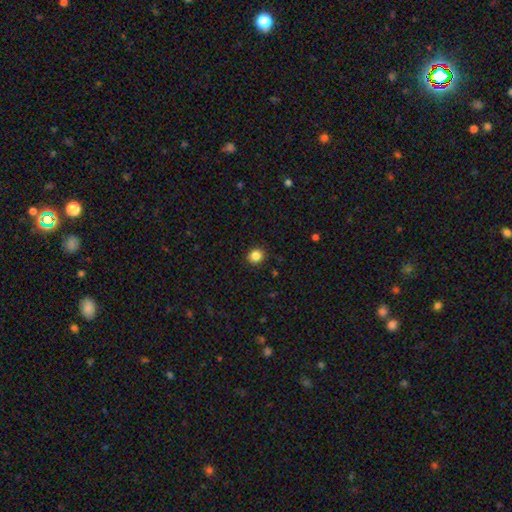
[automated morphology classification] The model was most divided on "how rounded": round: 86%, in between: 13%, cigar-shaped: 1%. More confident: merging — none (92%); smooth or featured — smooth (85%).